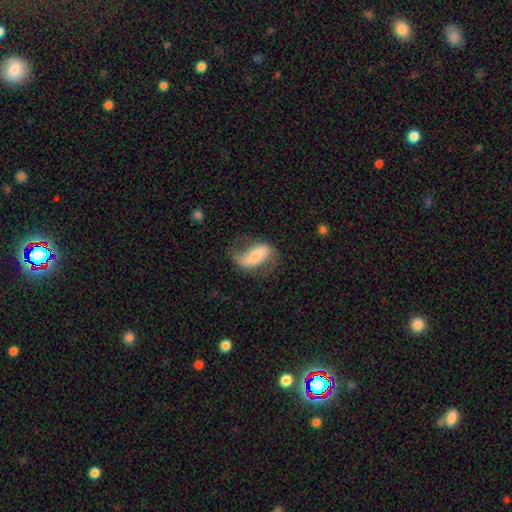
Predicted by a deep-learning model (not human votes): smooth-or-featured: featured or disk: 58% | smooth: 34% | star or artifact: 7%
  disk-edge-on: no: 93% | yes: 7%
    bar: strong: 38% | weak: 32% | no: 30%
    has-spiral-arms: yes: 87% | no: 13%
    bulge-size: small: 36% | moderate: 28% | none: 18% | large: 13% | dominant: 5%
  merging: none: 52% | minor disturbance: 26% | major disturbance: 20% | merger: 2%